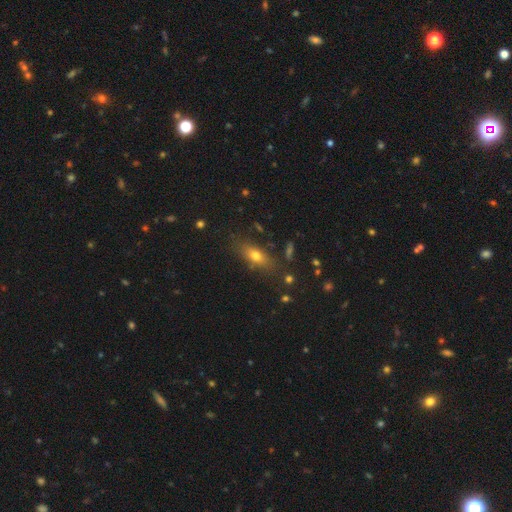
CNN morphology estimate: smooth-or-featured: smooth: 67% | featured or disk: 20% | star or artifact: 13%
  how-rounded: in between: 67% | cigar-shaped: 24% | round: 9%
  merging: none: 79% | minor disturbance: 14% | major disturbance: 5% | merger: 3%